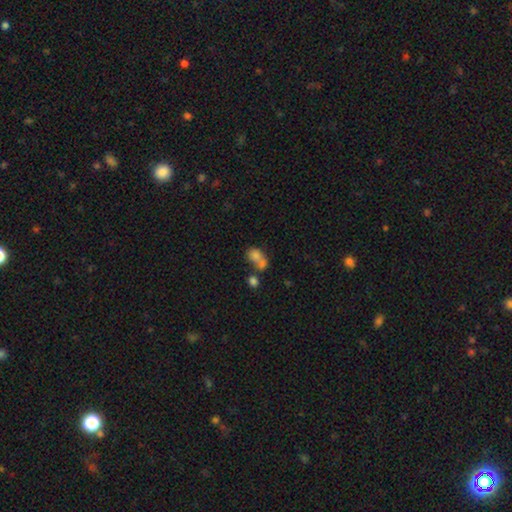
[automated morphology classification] A smooth galaxy with no disk features (74%) that is in between round and cigar-shaped (58%).

Vote fractions:
- Smooth or featured? smooth: 74% / featured or disk: 14% / star or artifact: 11%
- How rounded? in between: 58% / round: 40% / cigar-shaped: 2%
- Merging? merger: 61% / none: 24% / minor disturbance: 8% / major disturbance: 6%